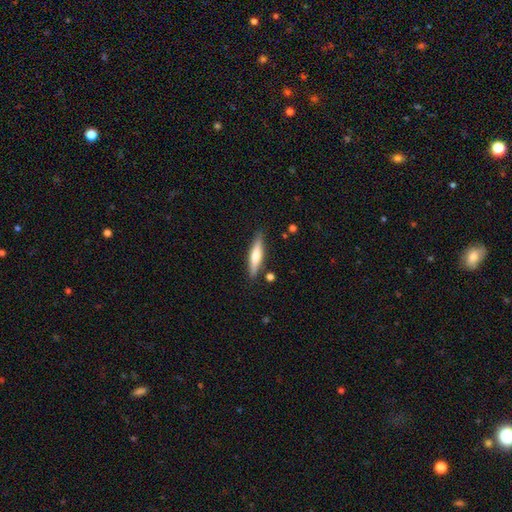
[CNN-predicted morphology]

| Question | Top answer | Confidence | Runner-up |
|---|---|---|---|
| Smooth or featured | smooth | 56% | featured or disk (38%) |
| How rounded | cigar-shaped | 80% | in between (18%) |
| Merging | none | 84% | minor disturbance (11%) |